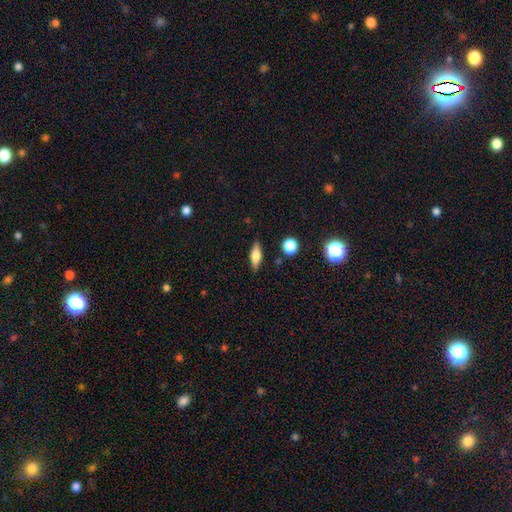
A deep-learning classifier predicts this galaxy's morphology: This appears to be a smooth galaxy with no disk features (60%) that is in between round and cigar-shaped (56%). Merging: none (85%).